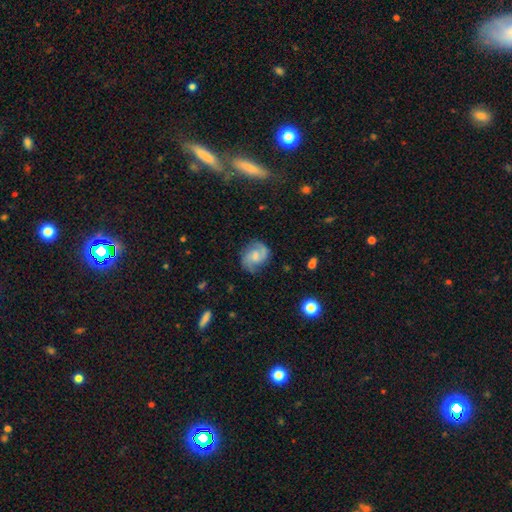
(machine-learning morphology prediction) A featured or disk galaxy (74%) with no bar (55%), 2 (85%) medium (50%) spiral arms (94%) and a small central bulge (41%). Merging: none (73%).